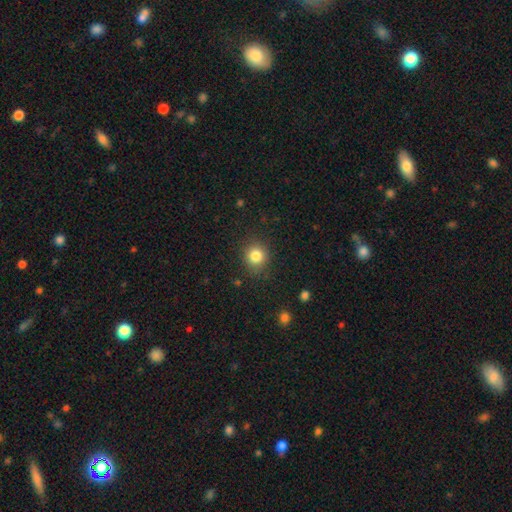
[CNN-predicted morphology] A smooth galaxy with no disk features (83%) that is round (86%). Merging: none (86%).